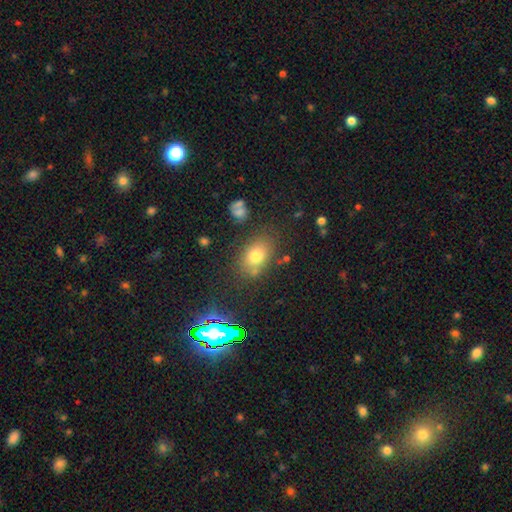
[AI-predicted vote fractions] Smooth or featured? Predicted: smooth (p=0.73). How rounded? Predicted: in between (p=0.76). Merging? Predicted: none (p=0.75).